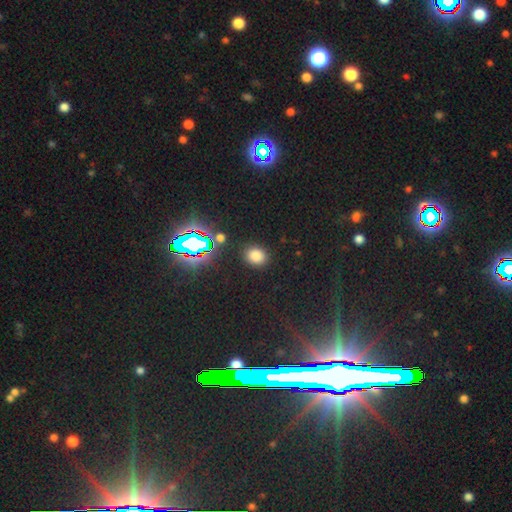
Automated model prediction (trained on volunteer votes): Overall: smooth (75%). How rounded: round (55%; in between 43%). Merging: none (87%).